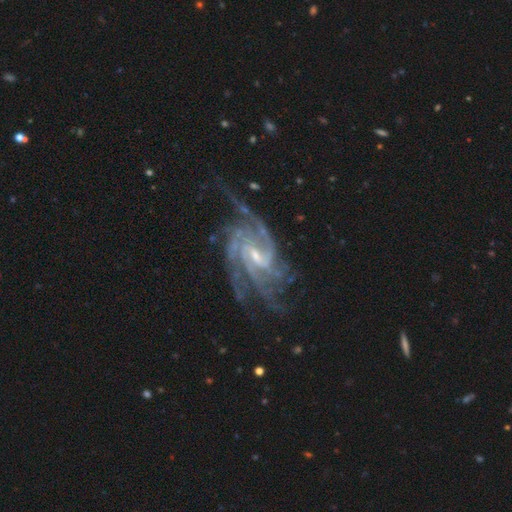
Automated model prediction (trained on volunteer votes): Smooth or featured?
  - featured or disk: 92% *
  - star or artifact: 5%
  - smooth: 3%
Edge-on disk?
  - no: 97% *
  - yes: 3%
Bar?
  - weak: 53% *
  - strong: 25%
  - no: 22%
Spiral arms?
  - yes: 98% *
  - no: 2%
Spiral winding?
  - tight: 50% *
  - medium: 40%
  - loose: 10%
Spiral arm count?
  - 4: 28% *
  - 3: 18%
  - can't tell: 18%
  - 2: 14%
  - more than 4: 13%
  - 1: 9%
Bulge size?
  - small: 61% *
  - moderate: 32%
  - none: 4%
  - large: 2%
  - dominant: 1%
Merging?
  - none: 65% *
  - minor disturbance: 17%
  - major disturbance: 16%
  - merger: 2%